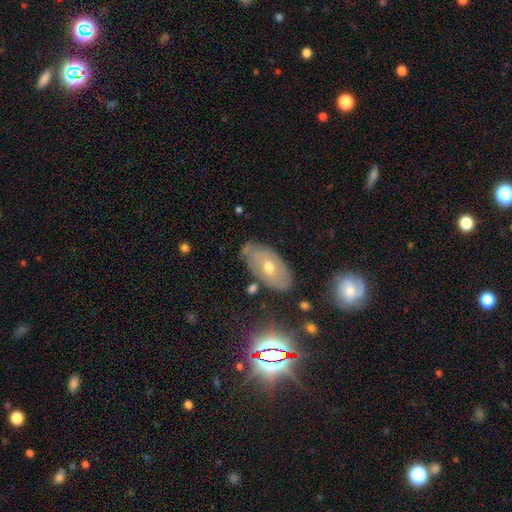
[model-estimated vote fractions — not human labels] Smooth or featured: featured or disk — 49% (smooth — 41%)
Merging: none — 69% (minor disturbance — 20%)